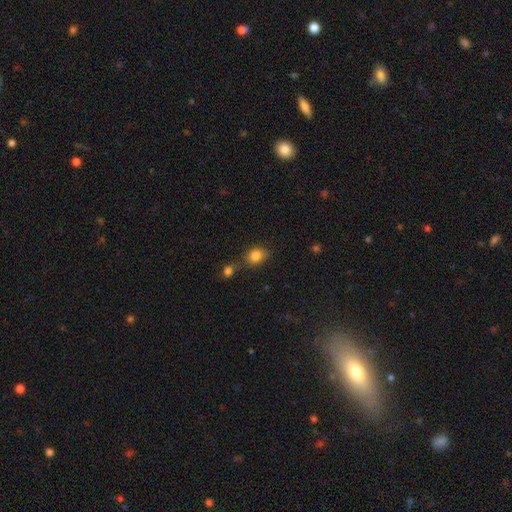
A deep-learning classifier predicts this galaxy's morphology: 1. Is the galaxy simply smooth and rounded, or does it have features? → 82% smooth, 10% star or artifact, 8% featured or disk.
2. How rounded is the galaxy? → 54% round, 44% in between, 2% cigar-shaped.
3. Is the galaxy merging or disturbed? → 54% none, 24% merger, 16% minor disturbance, 6% major disturbance.